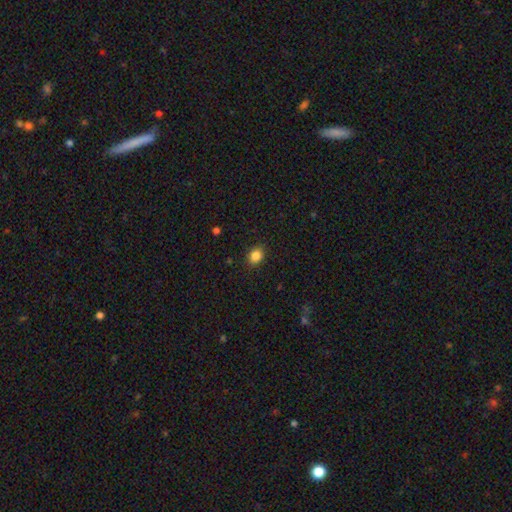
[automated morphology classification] This is clearly a smooth galaxy (85%). How rounded: possibly round (53%). Merging: clearly none (87%).